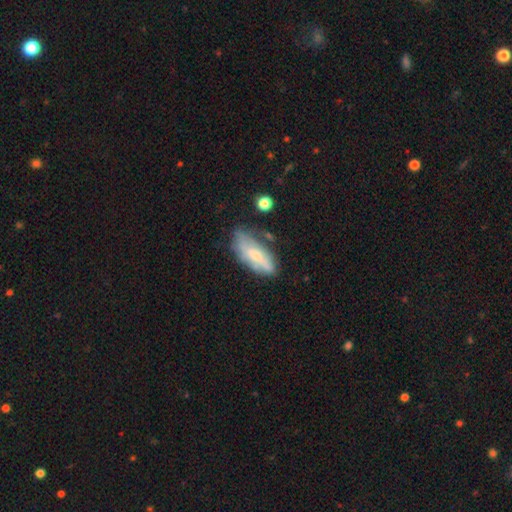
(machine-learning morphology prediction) smooth-or-featured: smooth: 50% | featured or disk: 42% | star or artifact: 7%
  how-rounded: in between: 72% | cigar-shaped: 26% | round: 2%
  merging: none: 54% | minor disturbance: 29% | major disturbance: 11% | merger: 6%